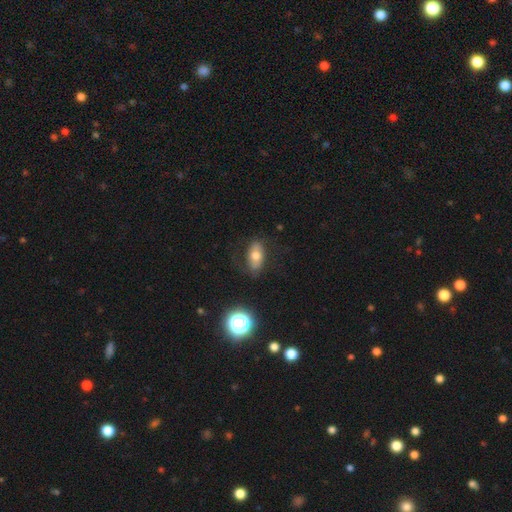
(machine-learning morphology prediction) smooth 59%, featured or disk 30%, star or artifact 10%. Down the decision tree: how rounded — in between (86%); merging — none (70%).